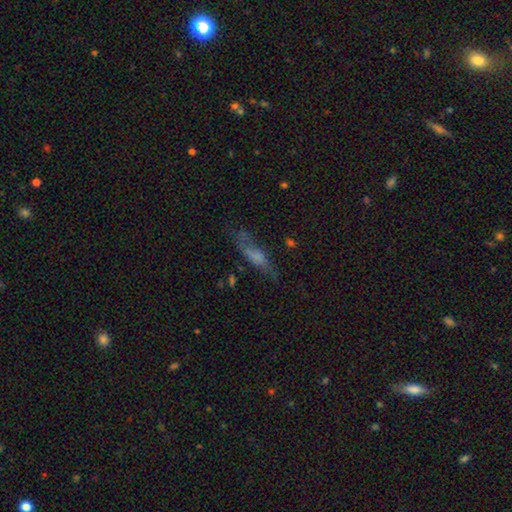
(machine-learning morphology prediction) Smooth or featured: smooth — 52% (featured or disk — 36%)
How rounded: cigar-shaped — 62% (in between — 35%)
Merging: none — 54% (minor disturbance — 25%)